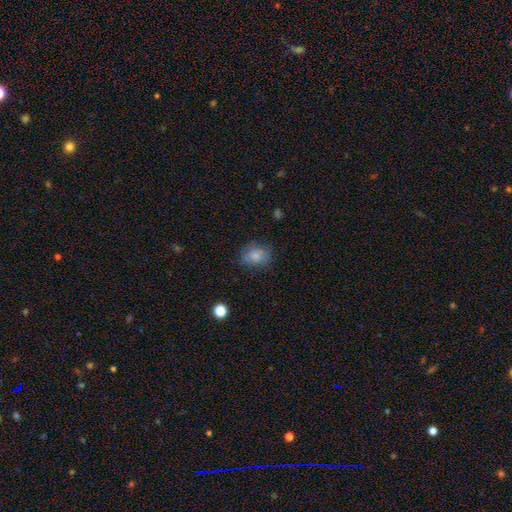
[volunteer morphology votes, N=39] Volunteers were most divided on "merging": none: 72%, minor disturbance: 14%, major disturbance: 14%, merger: 0%. More confident: how rounded — round (87%); smooth or featured — smooth (79%).